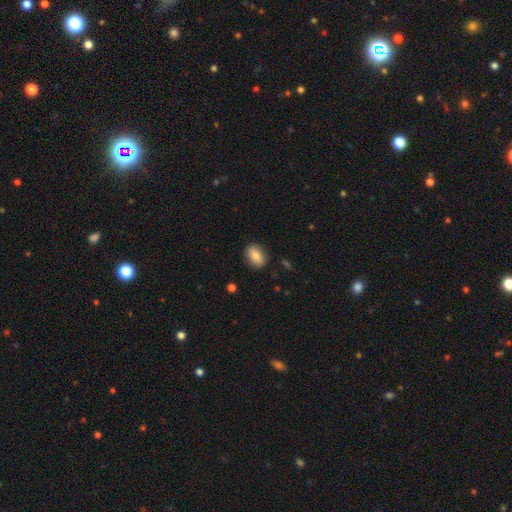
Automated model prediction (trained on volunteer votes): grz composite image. It shows a smooth galaxy with no disk features (80%) that is in between round and cigar-shaped (74%). Merging: none (86%).